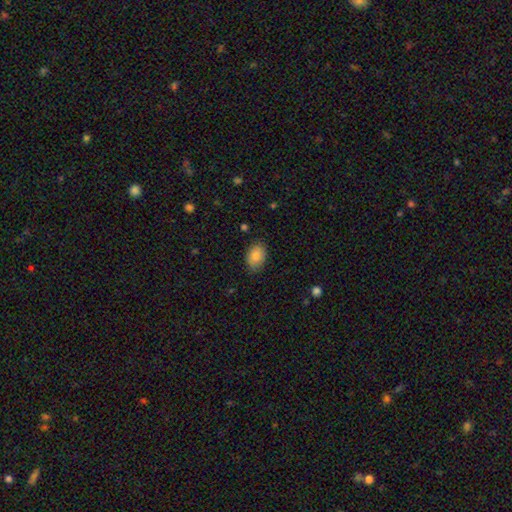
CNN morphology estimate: The model was most divided on "how rounded": in between: 83%, round: 16%, cigar-shaped: 1%. More confident: smooth or featured — smooth (88%); merging — none (82%).